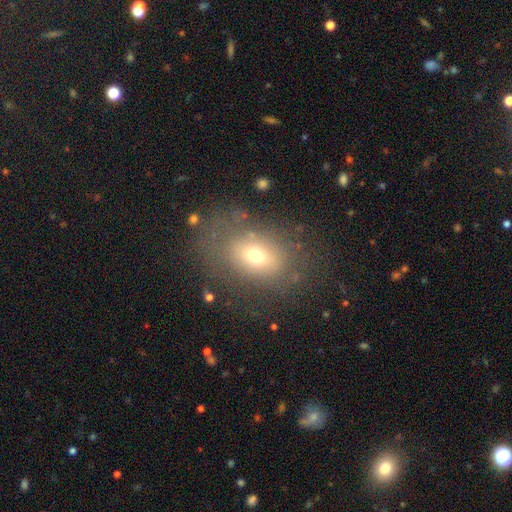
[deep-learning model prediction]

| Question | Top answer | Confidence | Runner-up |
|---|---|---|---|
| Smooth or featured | smooth | 64% | featured or disk (20%) |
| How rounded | in between | 69% | round (29%) |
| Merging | none | 67% | minor disturbance (17%) |